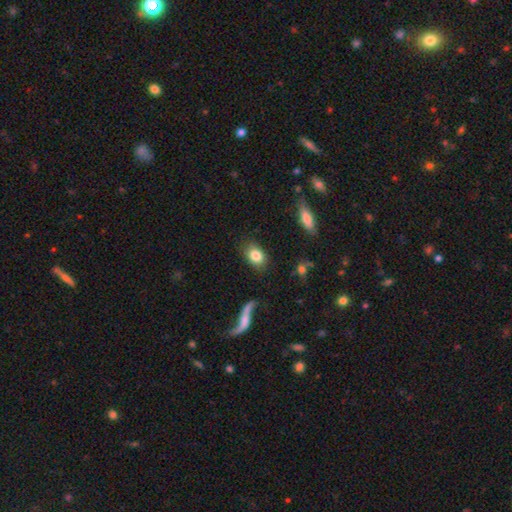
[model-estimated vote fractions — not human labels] Q: Smooth or featured?
A: smooth (82%); runner-up: featured or disk (10%)
Q: How rounded?
A: in between (75%); runner-up: round (23%)
Q: Merging?
A: none (80%); runner-up: minor disturbance (14%)